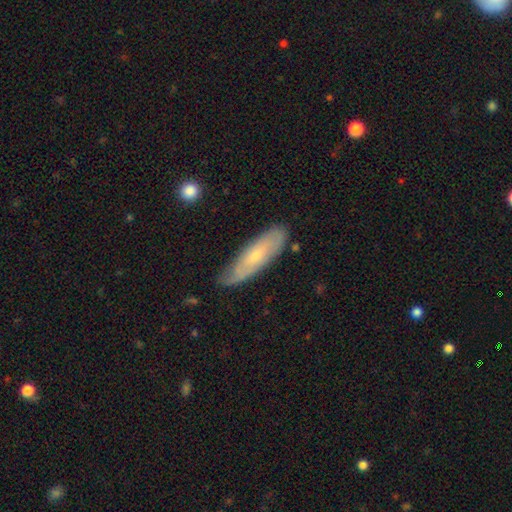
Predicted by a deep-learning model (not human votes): Smooth or featured? featured or disk (48%)
Merging? none (70%)